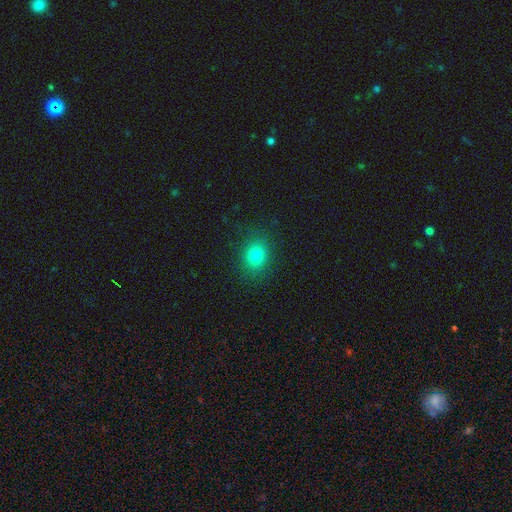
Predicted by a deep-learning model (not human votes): This appears to be a smooth galaxy with no disk features (80%) that is round (58%). Merging: none (87%).